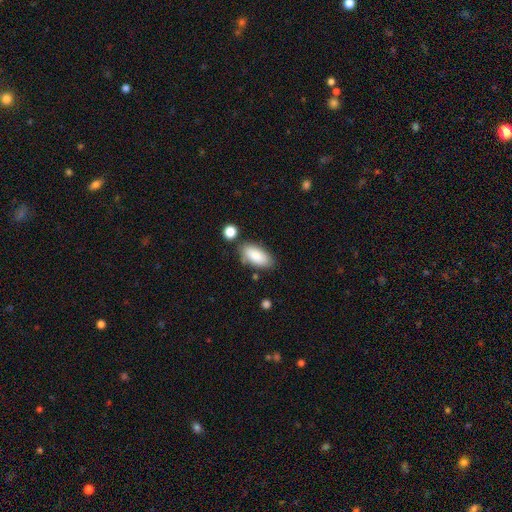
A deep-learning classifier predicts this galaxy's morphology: Smooth or featured: smooth — 86% (featured or disk — 8%)
How rounded: in between — 90% (cigar-shaped — 8%)
Merging: none — 73% (minor disturbance — 16%)